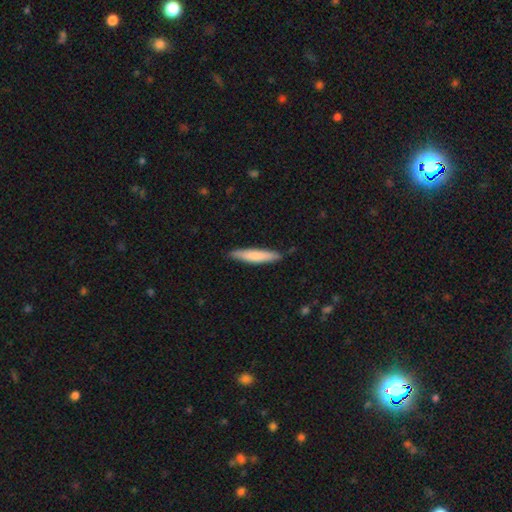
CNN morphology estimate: This is likely a smooth galaxy (74%). How rounded: clearly cigar-shaped (90%). Merging: clearly none (87%).